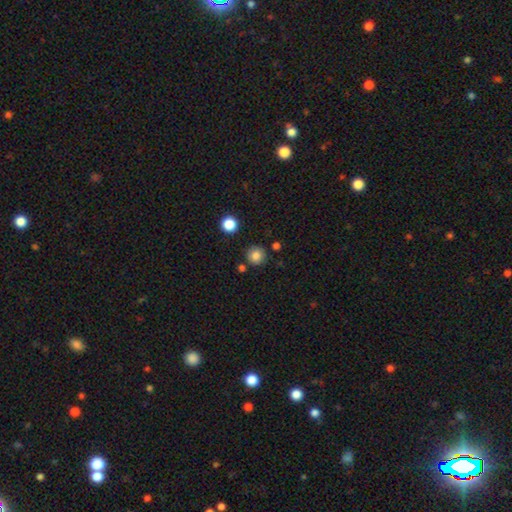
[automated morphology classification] Smooth or featured? Predicted: smooth (p=0.83). How rounded? Predicted: round (p=0.93). Merging? Predicted: none (p=0.85).